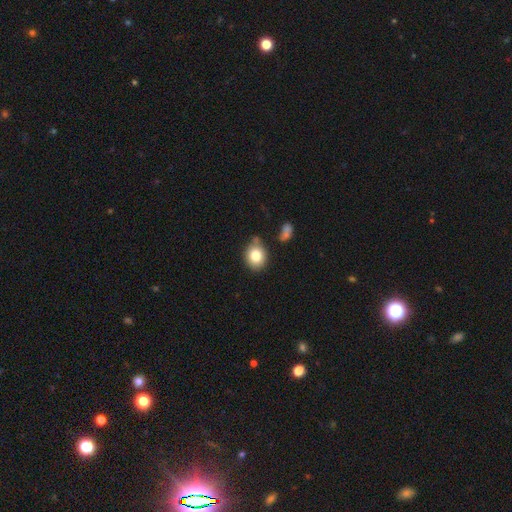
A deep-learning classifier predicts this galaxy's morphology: smooth_or_featured: smooth (p=0.82) [alt: star or artifact p=0.09]
how_rounded: round (p=0.65) [alt: in between p=0.34]
merging: none (p=0.67) [alt: minor disturbance p=0.21]